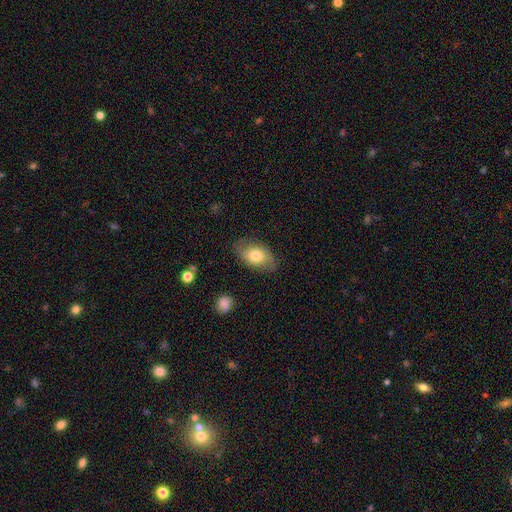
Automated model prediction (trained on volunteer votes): Smooth or featured?
  - smooth: 65% *
  - featured or disk: 29%
  - star or artifact: 7%
How rounded?
  - in between: 88% *
  - round: 10%
  - cigar-shaped: 2%
Merging?
  - none: 77% *
  - minor disturbance: 17%
  - major disturbance: 5%
  - merger: 1%